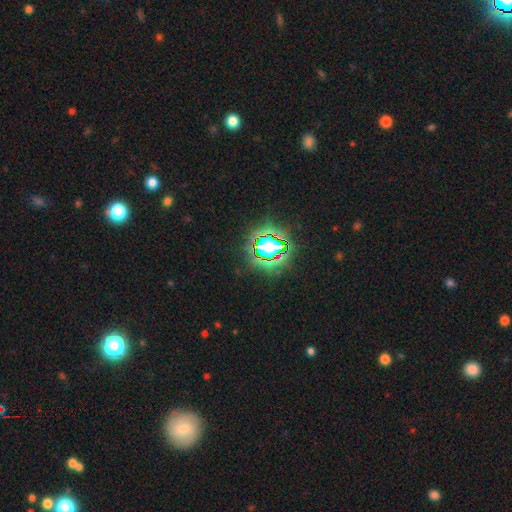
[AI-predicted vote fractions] Overall: star or artifact (72%).